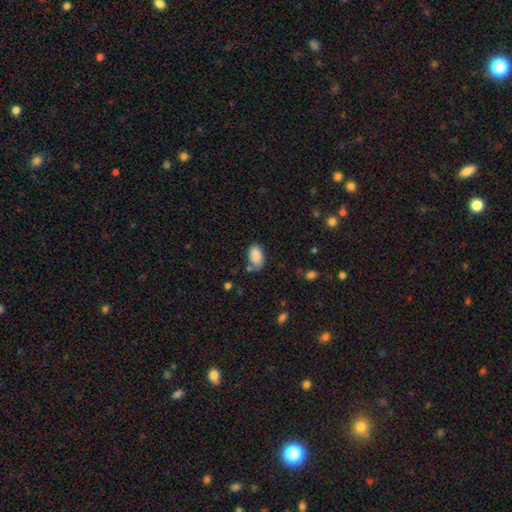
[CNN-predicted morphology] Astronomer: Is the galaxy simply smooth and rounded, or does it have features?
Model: smooth — 87%.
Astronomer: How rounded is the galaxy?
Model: in between — 93%.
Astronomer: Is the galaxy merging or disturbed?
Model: none — 68%.